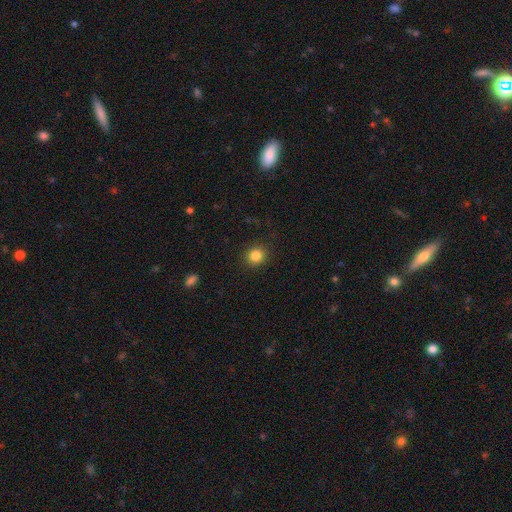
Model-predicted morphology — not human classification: Overall: smooth (84%). How rounded: round (88%). Merging: none (90%).